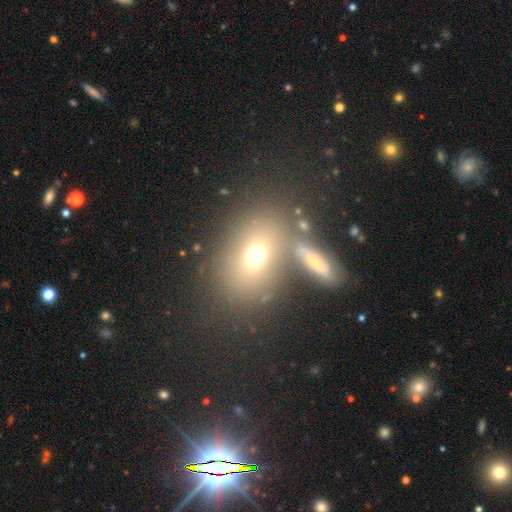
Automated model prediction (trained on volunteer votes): smooth 66%, featured or disk 20%, star or artifact 14%. Down the decision tree: how rounded — in between (69%); merging — none (60%).